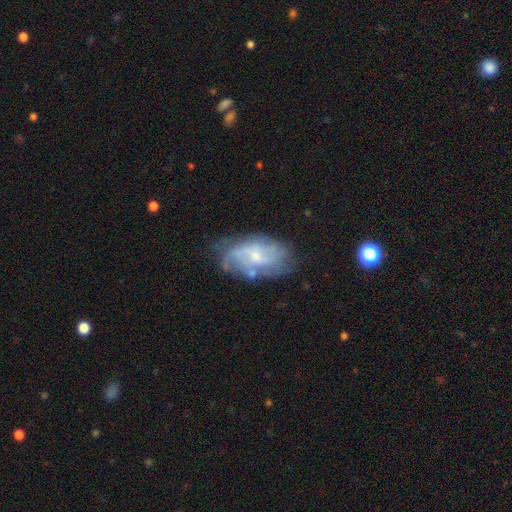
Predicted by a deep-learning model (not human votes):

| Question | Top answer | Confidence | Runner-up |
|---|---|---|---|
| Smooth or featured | featured or disk | 65% | smooth (27%) |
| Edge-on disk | no | 95% | yes (5%) |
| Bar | no | 57% | weak (36%) |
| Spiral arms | yes | 76% | no (24%) |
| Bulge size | small | 66% | moderate (26%) |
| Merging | none | 59% | minor disturbance (25%) |